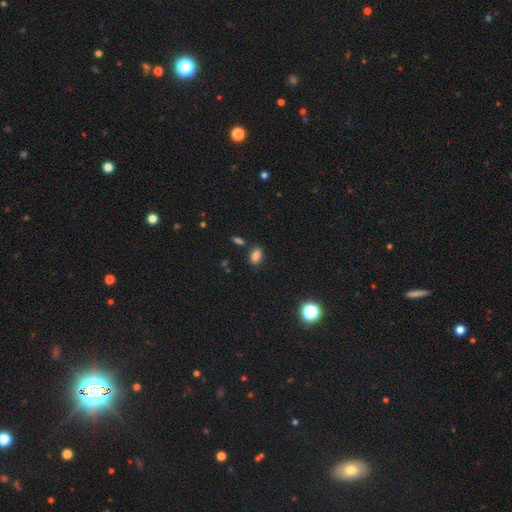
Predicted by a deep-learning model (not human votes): Overall: smooth (81%). How rounded: in between (86%). Merging: none (80%).